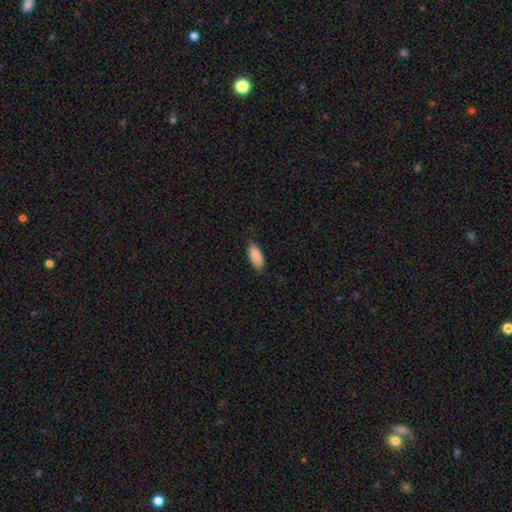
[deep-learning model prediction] Smooth or featured?
  - smooth: 90% *
  - star or artifact: 7%
  - featured or disk: 4%
How rounded?
  - in between: 88% *
  - cigar-shaped: 10%
  - round: 2%
Merging?
  - none: 79% *
  - minor disturbance: 17%
  - major disturbance: 3%
  - merger: 1%